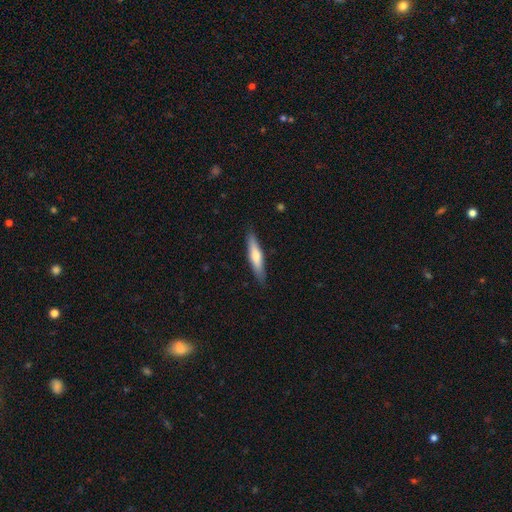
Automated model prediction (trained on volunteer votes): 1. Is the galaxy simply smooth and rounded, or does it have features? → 59% smooth, 36% featured or disk, 5% star or artifact.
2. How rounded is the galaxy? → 86% cigar-shaped, 13% in between, 1% round.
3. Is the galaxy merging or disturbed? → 89% none, 9% minor disturbance, 2% major disturbance, 1% merger.